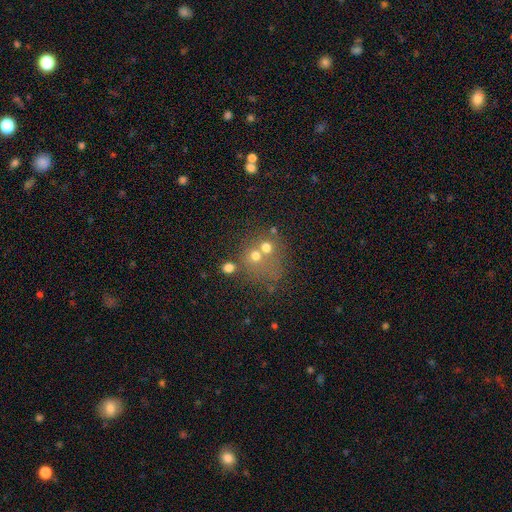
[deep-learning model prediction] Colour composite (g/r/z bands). It shows a smooth galaxy with no disk features (60%) that is round (80%). Merging: merger (44%).